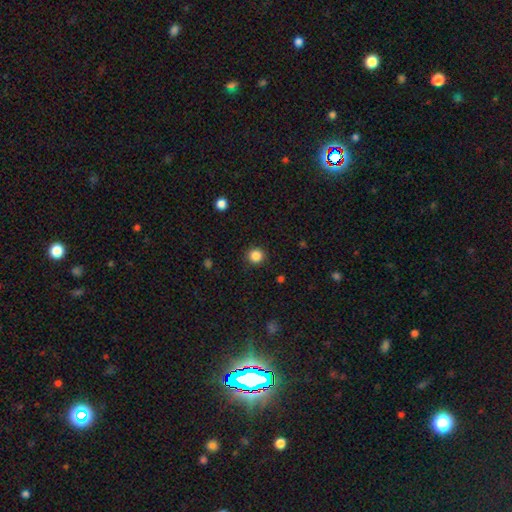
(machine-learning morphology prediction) A smooth galaxy with no disk features (85%) that is round (94%). Merging: none (91%).